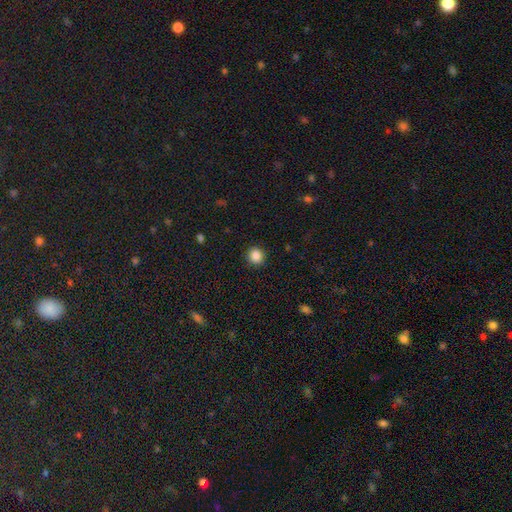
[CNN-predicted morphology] smooth_or_featured: smooth (p=0.86) [alt: star or artifact p=0.11]
how_rounded: round (p=0.90) [alt: in between p=0.09]
merging: none (p=0.91) [alt: minor disturbance p=0.06]